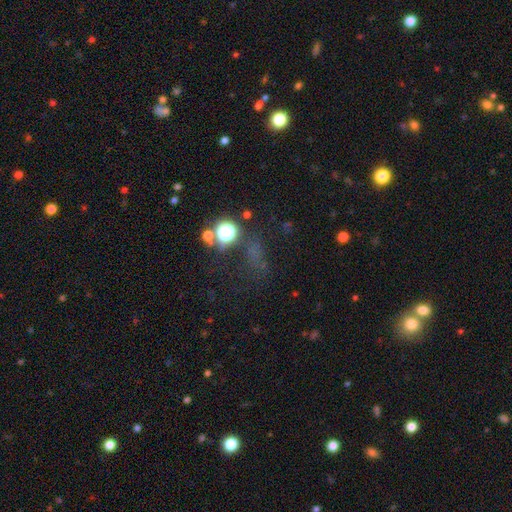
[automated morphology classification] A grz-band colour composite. It shows a star or artifact, not a galaxy (54%).